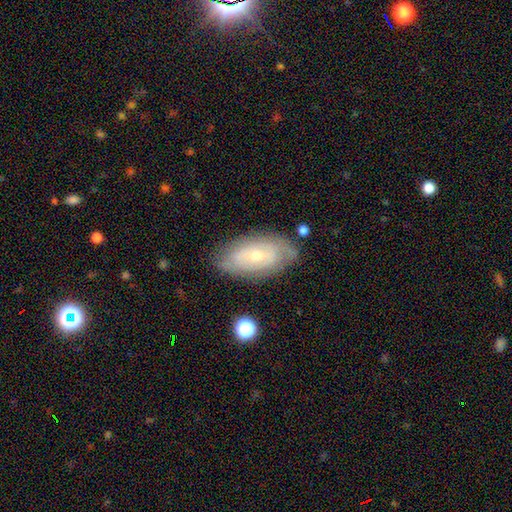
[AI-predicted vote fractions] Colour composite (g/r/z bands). It shows a featured or disk galaxy (63%) with no bar (68%), spiral arms (66%) and a small central bulge (58%). Merging: none (73%).